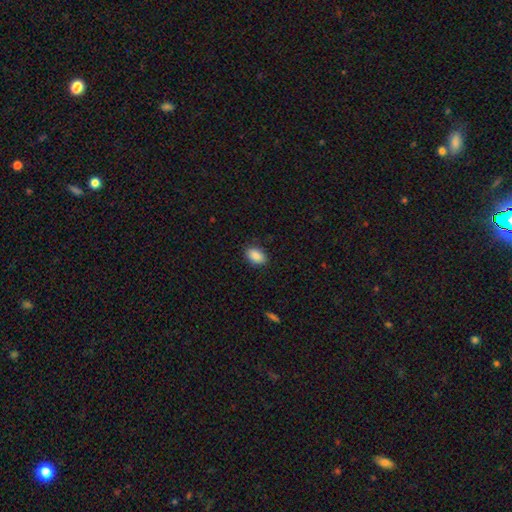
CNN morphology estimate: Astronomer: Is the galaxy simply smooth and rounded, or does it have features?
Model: smooth — 89%.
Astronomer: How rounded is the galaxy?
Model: in between — 88%.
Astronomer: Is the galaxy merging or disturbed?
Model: none — 87%.